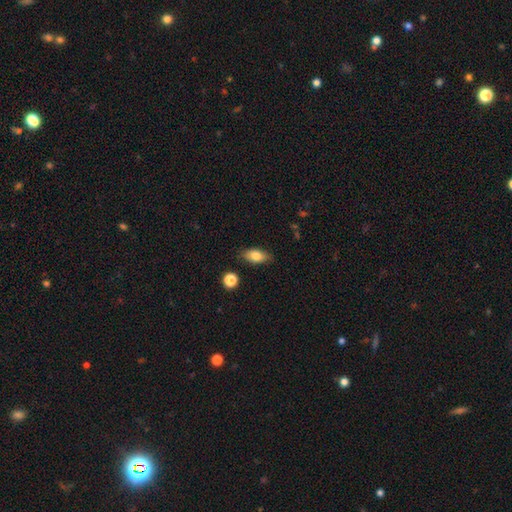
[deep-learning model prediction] Morphology: type=smooth (80%); roundness=in between (86%); merging=none (83%).